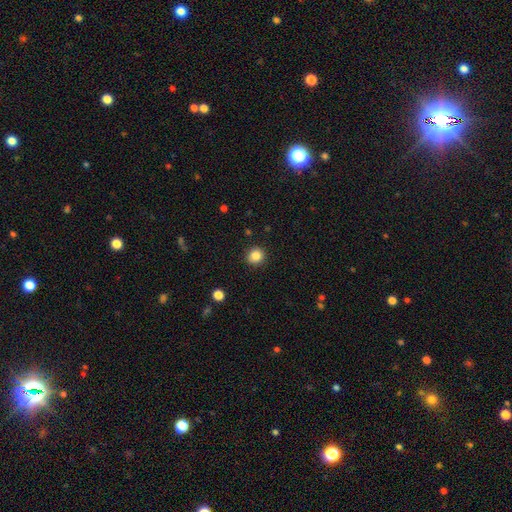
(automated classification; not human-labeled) This appears to be a smooth galaxy with no disk features (85%) that is round (91%). Merging: none (91%).